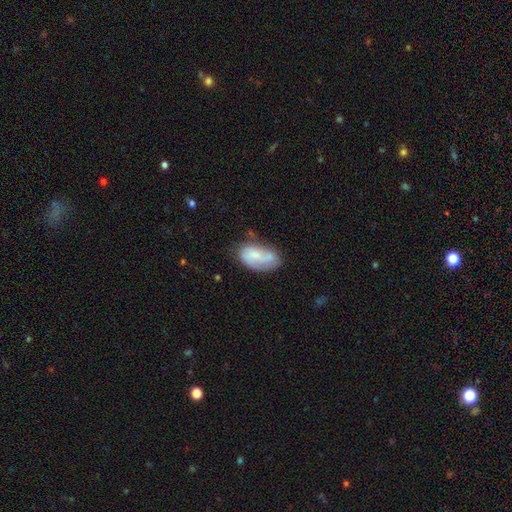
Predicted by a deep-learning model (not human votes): Morphology: type=smooth (57%); roundness=in between (92%); merging=none (46%).